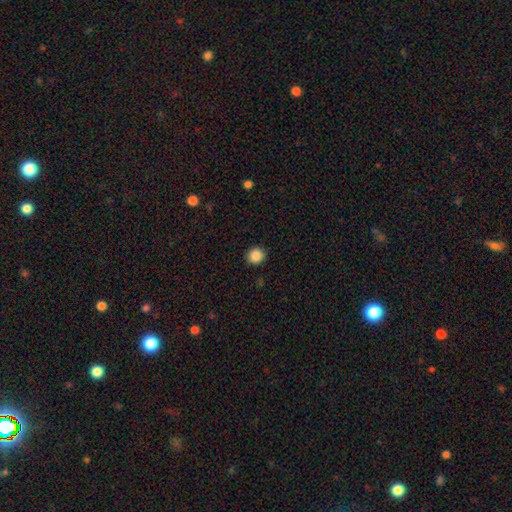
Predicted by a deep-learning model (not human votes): smooth_or_featured: smooth (p=0.87) [alt: star or artifact p=0.10]
how_rounded: round (p=0.87) [alt: in between p=0.12]
merging: none (p=0.91) [alt: minor disturbance p=0.06]